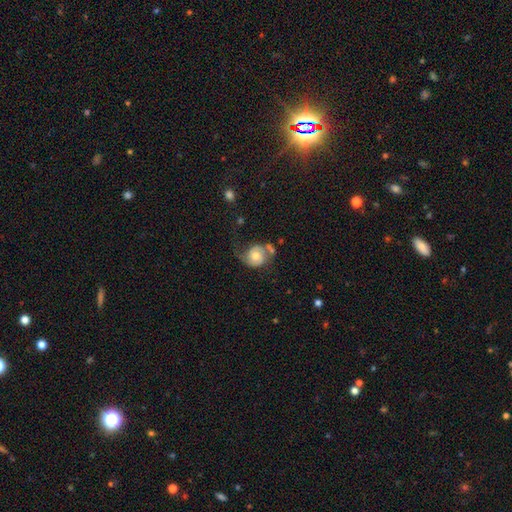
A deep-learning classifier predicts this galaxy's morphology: This appears to be a featured or disk galaxy (64%) with no bar (73%), 2 (80%) medium (42%) spiral arms (89%) and a moderate central bulge (65%). Merging: none (46%).